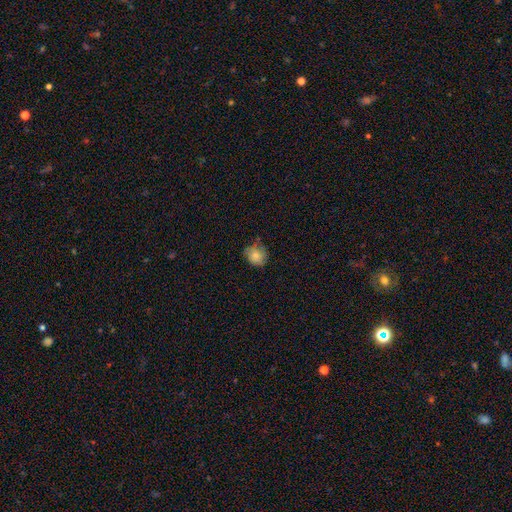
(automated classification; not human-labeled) Q: Smooth or featured?
A: smooth (79%); runner-up: featured or disk (12%)
Q: How rounded?
A: round (74%); runner-up: in between (25%)
Q: Merging?
A: none (61%); runner-up: minor disturbance (30%)